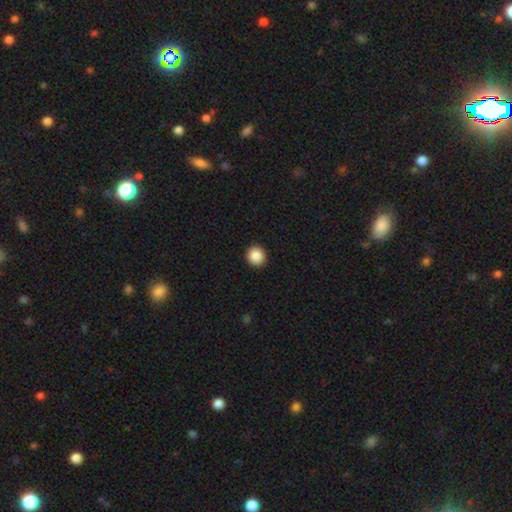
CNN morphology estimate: The model was most divided on "smooth or featured": smooth: 87%, star or artifact: 9%, featured or disk: 4%. More confident: merging — none (93%); how rounded — round (92%).